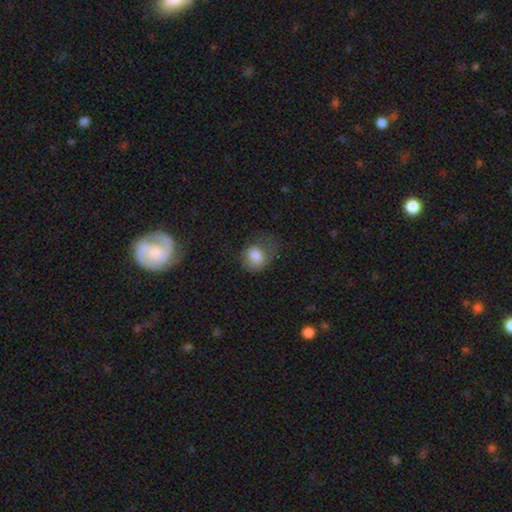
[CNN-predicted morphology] Smooth or featured? smooth (79%)
How rounded? in between (50%)
Merging? none (37%)